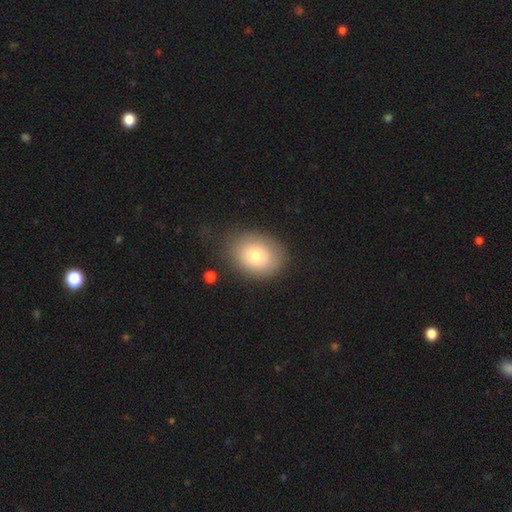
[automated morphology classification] Smooth or featured? Predicted: smooth (p=0.77). How rounded? Predicted: in between (p=0.58). Merging? Predicted: none (p=0.72).